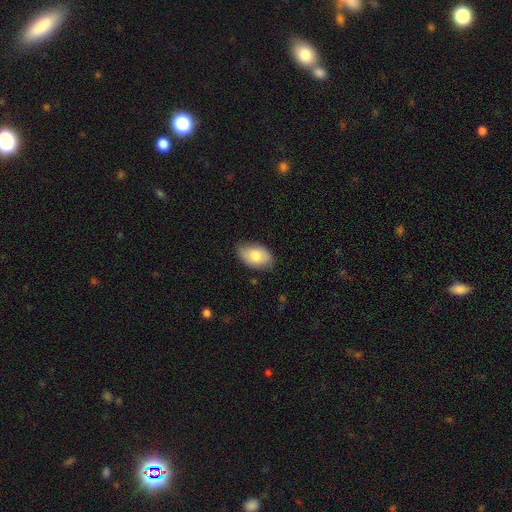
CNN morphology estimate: Overall: smooth (75%). How rounded: in between (92%). Merging: none (71%).